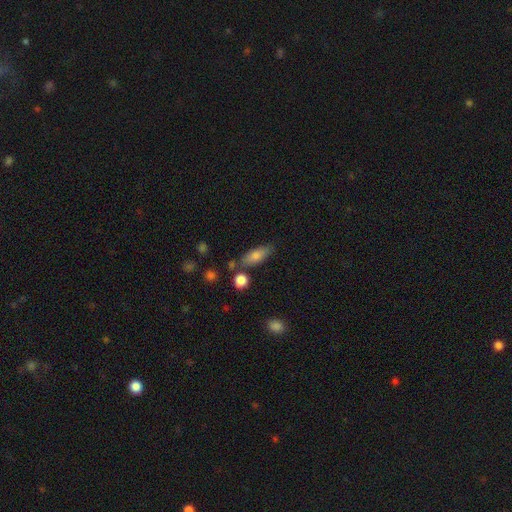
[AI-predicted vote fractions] A smooth galaxy with no disk features (77%) that is in between round and cigar-shaped (69%).

Vote fractions:
- Smooth or featured? smooth: 77% / featured or disk: 15% / star or artifact: 8%
- How rounded? in between: 69% / cigar-shaped: 28% / round: 4%
- Merging? none: 73% / minor disturbance: 15% / merger: 8% / major disturbance: 4%